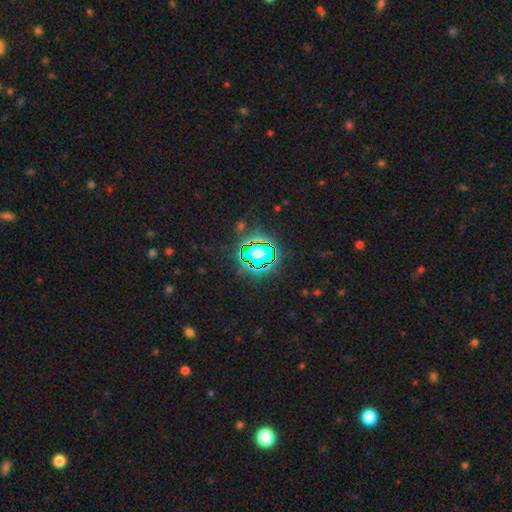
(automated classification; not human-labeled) Overall: star or artifact (70%).